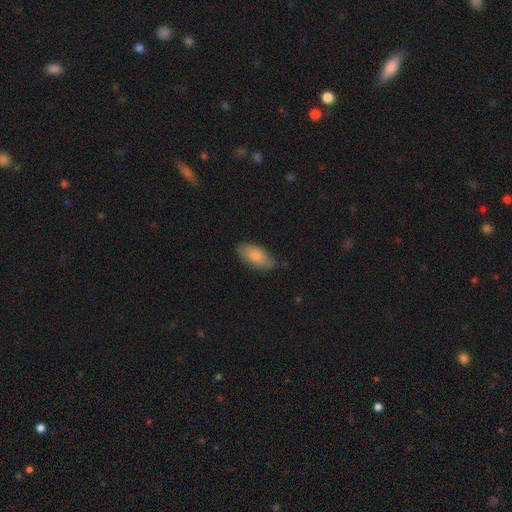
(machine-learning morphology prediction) Smooth or featured?
  - smooth: 82% *
  - featured or disk: 12%
  - star or artifact: 6%
How rounded?
  - in between: 91% *
  - cigar-shaped: 7%
  - round: 2%
Merging?
  - none: 77% *
  - minor disturbance: 19%
  - major disturbance: 3%
  - merger: 1%